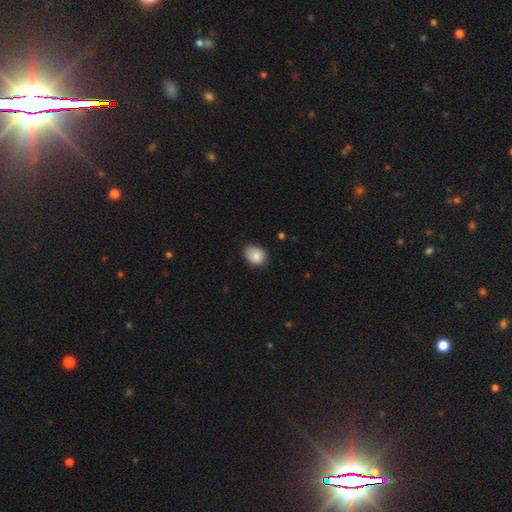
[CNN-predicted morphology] A smooth galaxy with no disk features (86%) that is in between round and cigar-shaped (61%). Merging: none (66%).